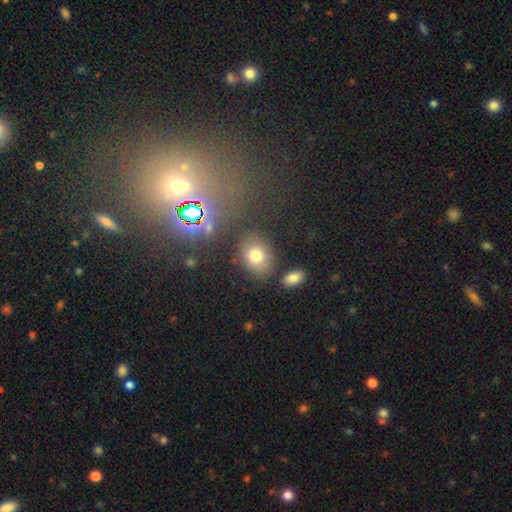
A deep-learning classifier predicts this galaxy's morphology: Smooth or featured: smooth — 76% (star or artifact — 13%)
How rounded: in between — 54% (round — 45%)
Merging: none — 76% (minor disturbance — 12%)